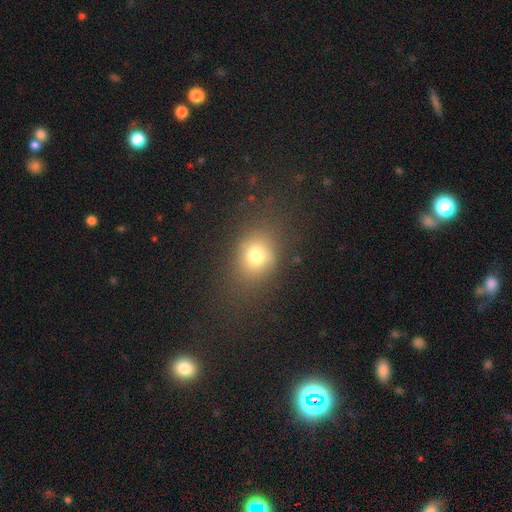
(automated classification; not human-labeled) Morphology: type=smooth (74%); roundness=in between (52%); merging=none (74%).